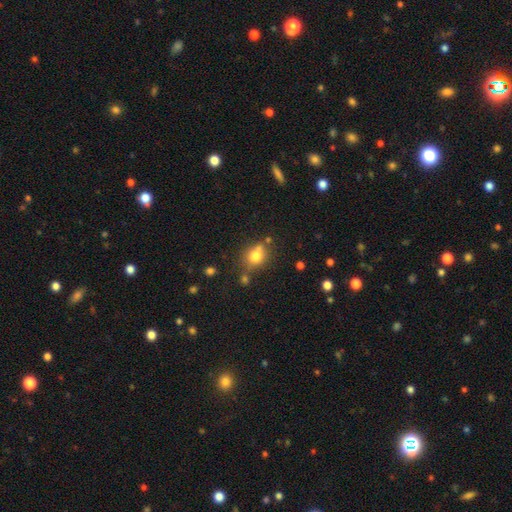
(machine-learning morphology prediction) Smooth or featured?
  - smooth: 76% *
  - featured or disk: 12%
  - star or artifact: 12%
How rounded?
  - round: 55% *
  - in between: 43%
  - cigar-shaped: 2%
Merging?
  - none: 58% *
  - merger: 19%
  - minor disturbance: 18%
  - major disturbance: 6%